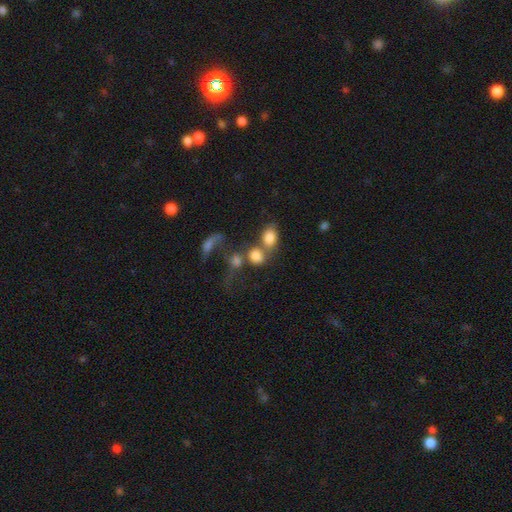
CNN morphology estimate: A smooth galaxy with no disk features (77%) that is round (50%). Merging: merger (53%).